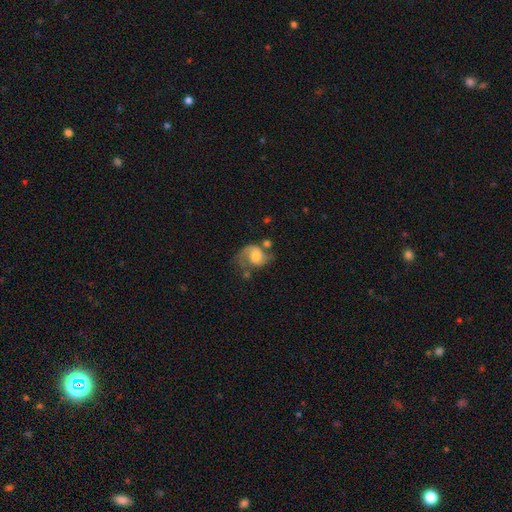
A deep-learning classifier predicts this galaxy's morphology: Smooth or featured?
  - featured or disk: 63% *
  - smooth: 29%
  - star or artifact: 8%
Edge-on disk?
  - no: 98% *
  - yes: 2%
Bar?
  - no: 59% *
  - weak: 34%
  - strong: 7%
Spiral arms?
  - yes: 88% *
  - no: 12%
Spiral winding?
  - medium: 45% *
  - loose: 36%
  - tight: 19%
Spiral arm count?
  - 2: 62% *
  - 1: 29%
  - can't tell: 7%
  - 3: 1%
  - 4: 1%
  - more than 4: 1%
Bulge size?
  - moderate: 52% *
  - small: 21%
  - large: 20%
  - none: 6%
  - dominant: 2%
Merging?
  - none: 39% *
  - major disturbance: 24%
  - minor disturbance: 23%
  - merger: 14%